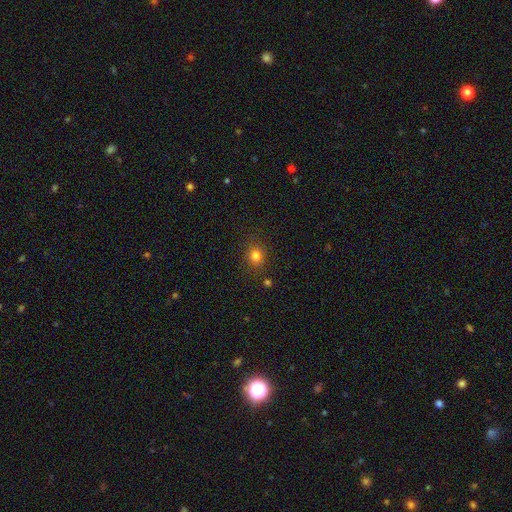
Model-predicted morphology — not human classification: Smooth or featured: smooth — 79% (star or artifact — 15%)
How rounded: round — 76% (in between — 23%)
Merging: none — 83% (minor disturbance — 10%)